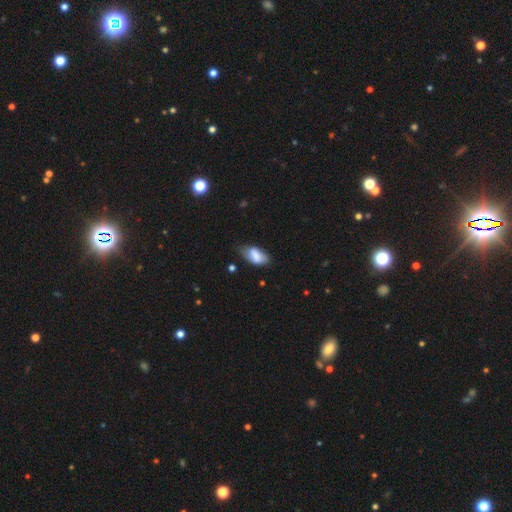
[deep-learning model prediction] Q: Smooth or featured?
A: smooth (76%); runner-up: featured or disk (17%)
Q: How rounded?
A: in between (91%); runner-up: cigar-shaped (6%)
Q: Merging?
A: none (55%); runner-up: minor disturbance (33%)